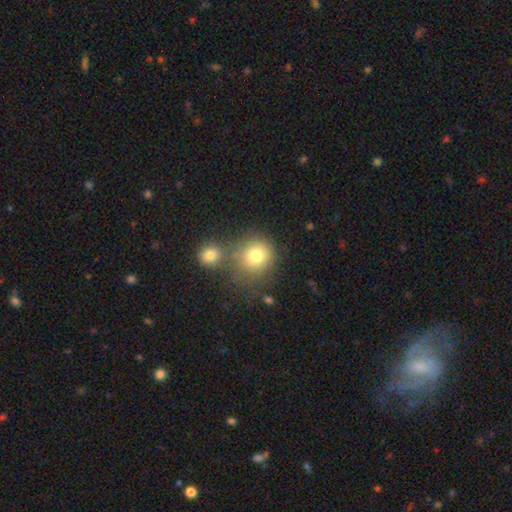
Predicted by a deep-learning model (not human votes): Morphology: type=smooth (77%); roundness=round (89%); merging=none (59%).